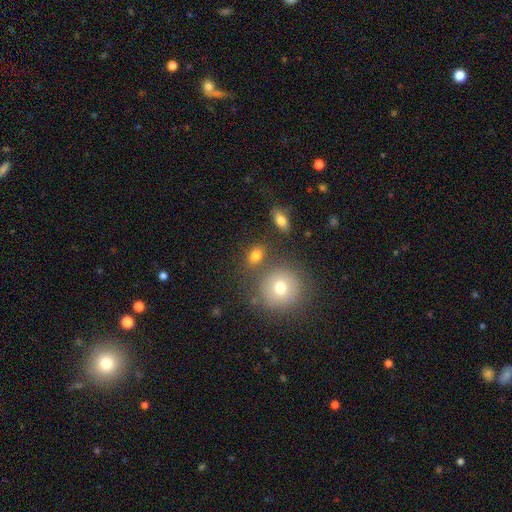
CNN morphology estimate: Smooth or featured?
  - smooth: 77% *
  - star or artifact: 13%
  - featured or disk: 10%
How rounded?
  - in between: 54% *
  - round: 44%
  - cigar-shaped: 2%
Merging?
  - none: 69% *
  - merger: 14%
  - minor disturbance: 12%
  - major disturbance: 5%